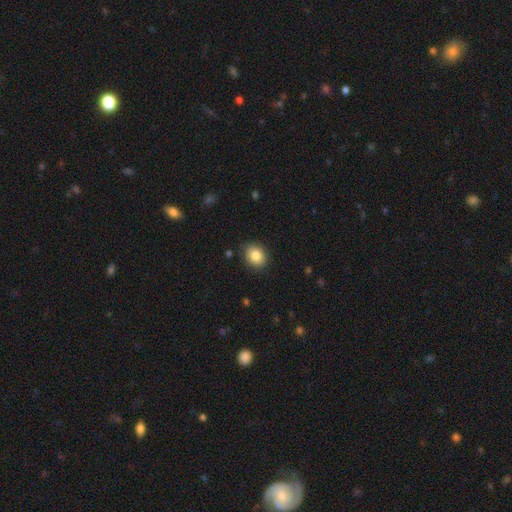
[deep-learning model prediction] Smooth or featured? smooth (84%)
How rounded? round (62%)
Merging? none (88%)